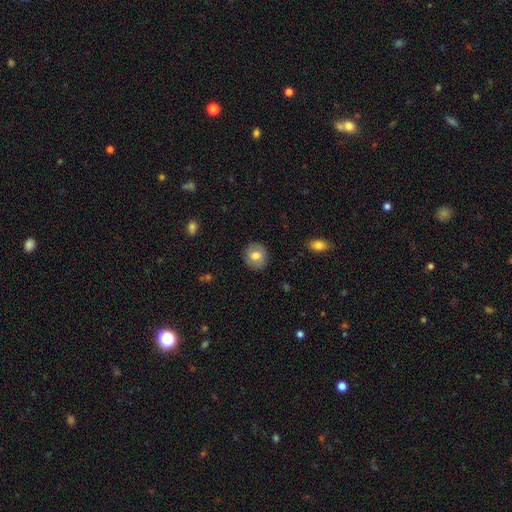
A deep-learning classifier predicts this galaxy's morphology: smooth_or_featured: smooth (p=0.74) [alt: featured or disk p=0.18]
how_rounded: round (p=0.80) [alt: in between p=0.19]
merging: none (p=0.88) [alt: minor disturbance p=0.08]